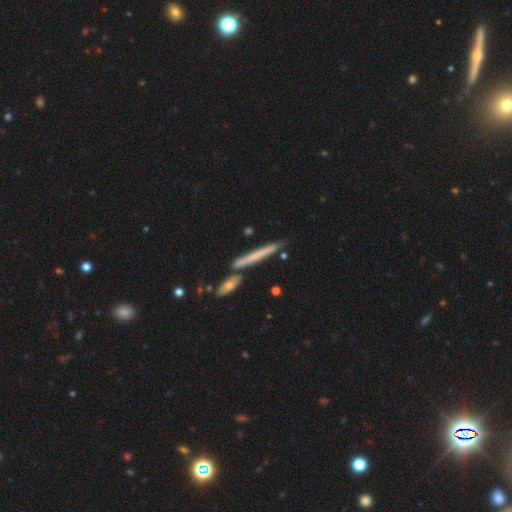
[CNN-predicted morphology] Overall: smooth (53%; featured or disk 40%). How rounded: cigar-shaped (95%). Merging: none (75%).